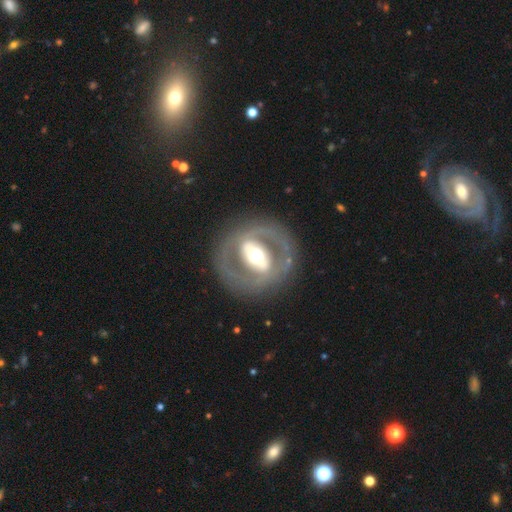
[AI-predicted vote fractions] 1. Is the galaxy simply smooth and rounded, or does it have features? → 79% featured or disk, 16% smooth, 5% star or artifact.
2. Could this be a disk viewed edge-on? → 93% no, 7% yes.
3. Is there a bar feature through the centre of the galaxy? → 63% strong, 21% weak, 16% no.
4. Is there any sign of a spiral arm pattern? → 55% no, 45% yes.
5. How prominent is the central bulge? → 59% moderate, 29% large, 7% small, 4% dominant, 1% none.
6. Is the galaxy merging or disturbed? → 80% none, 10% minor disturbance, 8% major disturbance, 1% merger.